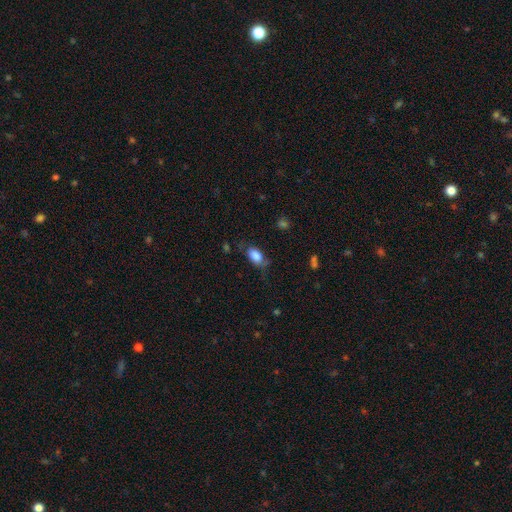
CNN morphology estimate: Q: Smooth or featured?
A: smooth (81%); runner-up: featured or disk (11%)
Q: How rounded?
A: in between (90%); runner-up: round (7%)
Q: Merging?
A: none (59%); runner-up: minor disturbance (26%)